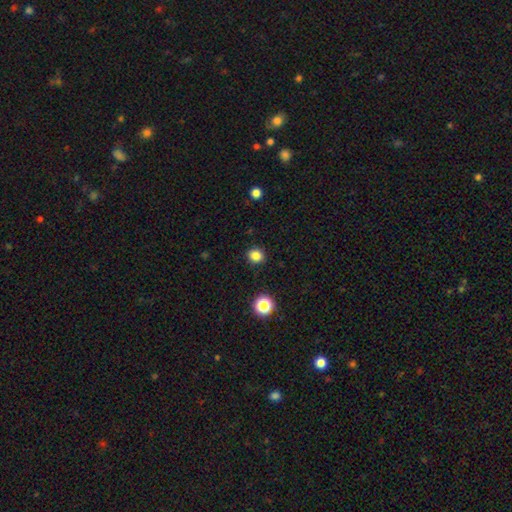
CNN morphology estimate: Q: Smooth or featured?
A: smooth (84%); runner-up: star or artifact (13%)
Q: How rounded?
A: round (80%); runner-up: in between (19%)
Q: Merging?
A: none (90%); runner-up: minor disturbance (6%)